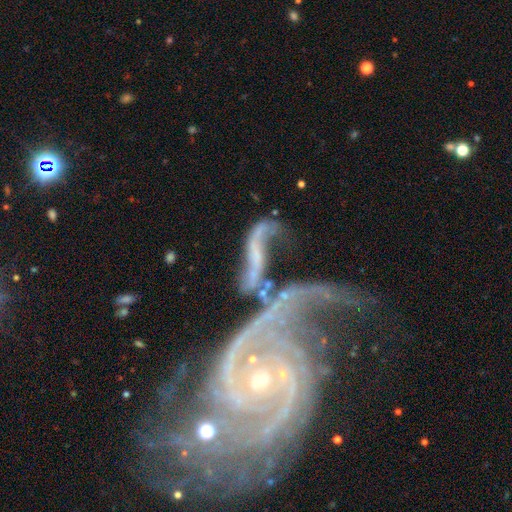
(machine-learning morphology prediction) smooth-or-featured: featured or disk: 76% | smooth: 14% | star or artifact: 10%
  disk-edge-on: no: 89% | yes: 11%
    bar: no: 50% | weak: 28% | strong: 22%
    has-spiral-arms: yes: 81% | no: 19%
      spiral-winding: loose: 71% | medium: 18% | tight: 11%
      spiral-arm-count: 2: 78% | can't tell: 8% | 1: 7% | 3: 3% | 4: 2% | more than 4: 2%
    bulge-size: small: 51% | none: 27% | moderate: 17% | large: 3% | dominant: 2%
  merging: merger: 34% | major disturbance: 31% | none: 21% | minor disturbance: 14%